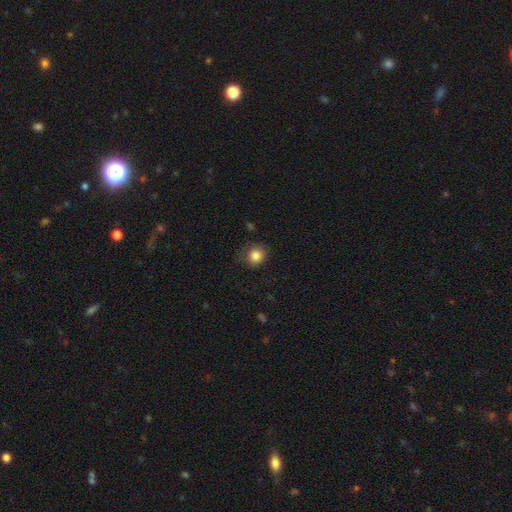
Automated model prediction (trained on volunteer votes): smooth-or-featured: smooth: 83% | star or artifact: 10% | featured or disk: 7%
  how-rounded: round: 76% | in between: 23% | cigar-shaped: 1%
  merging: none: 69% | minor disturbance: 21% | major disturbance: 8% | merger: 1%